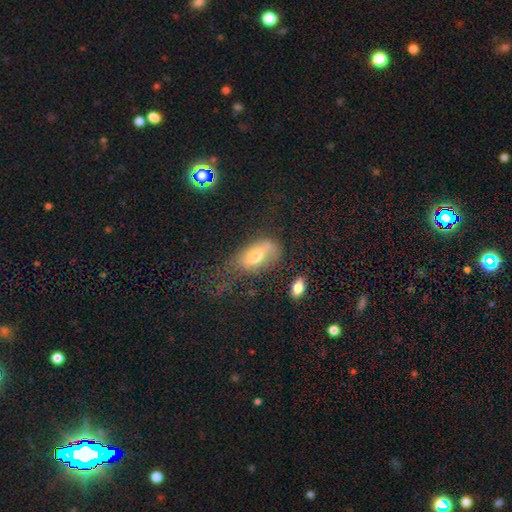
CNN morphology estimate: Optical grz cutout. It shows a smooth galaxy with no disk features (61%) that is in between round and cigar-shaped (86%). Merging: major disturbance (32%).